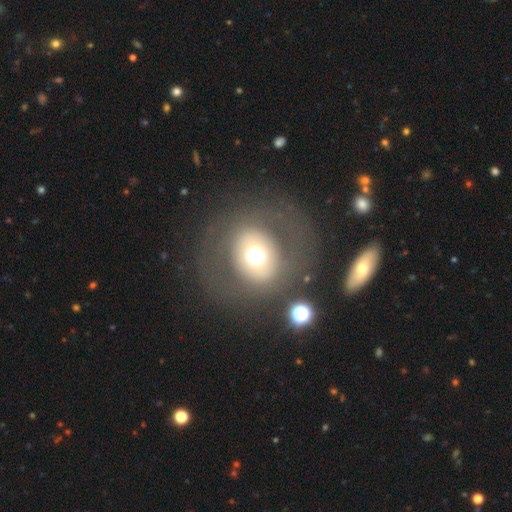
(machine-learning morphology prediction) Smooth or featured? smooth (56%)
How rounded? round (76%)
Merging? none (78%)